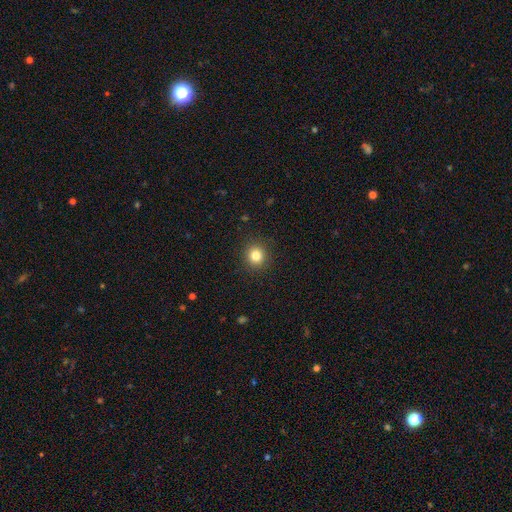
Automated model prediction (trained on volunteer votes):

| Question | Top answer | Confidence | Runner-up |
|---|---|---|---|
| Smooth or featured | smooth | 82% | star or artifact (13%) |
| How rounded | round | 90% | in between (9%) |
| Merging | none | 91% | minor disturbance (6%) |